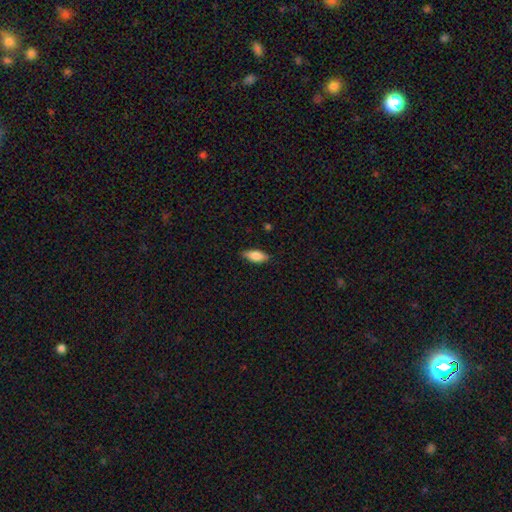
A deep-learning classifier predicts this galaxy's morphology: smooth_or_featured: smooth (p=0.83) [alt: featured or disk p=0.11]
how_rounded: in between (p=0.80) [alt: cigar-shaped p=0.17]
merging: none (p=0.82) [alt: minor disturbance p=0.14]